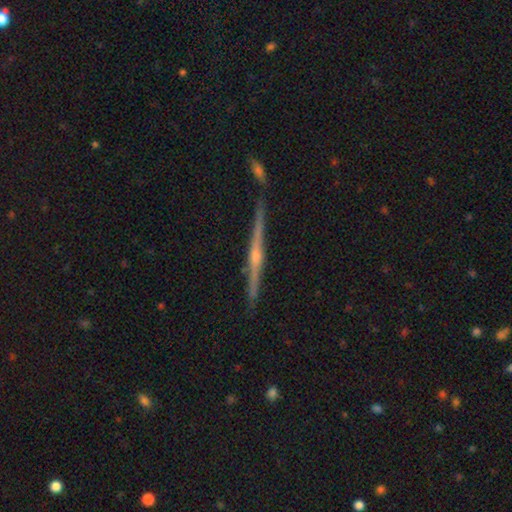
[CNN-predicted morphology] Q: Smooth or featured?
A: featured or disk (85%); runner-up: smooth (9%)
Q: Edge-on disk?
A: yes (98%); runner-up: no (2%)
Q: Edge-on bulge?
A: rounded (84%); runner-up: none (10%)
Q: Merging?
A: none (86%); runner-up: minor disturbance (8%)